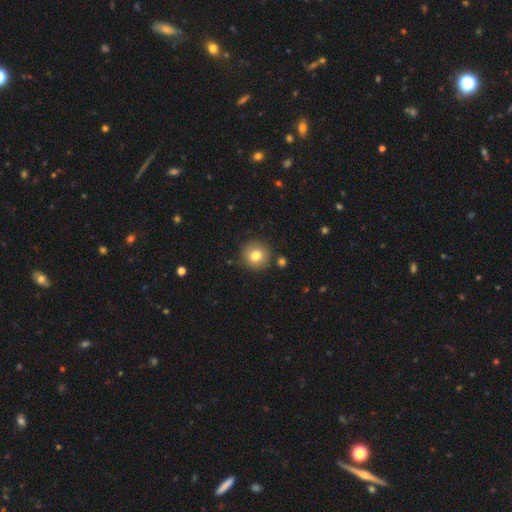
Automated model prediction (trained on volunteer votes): Smooth or featured? smooth (79%)
How rounded? round (93%)
Merging? none (87%)